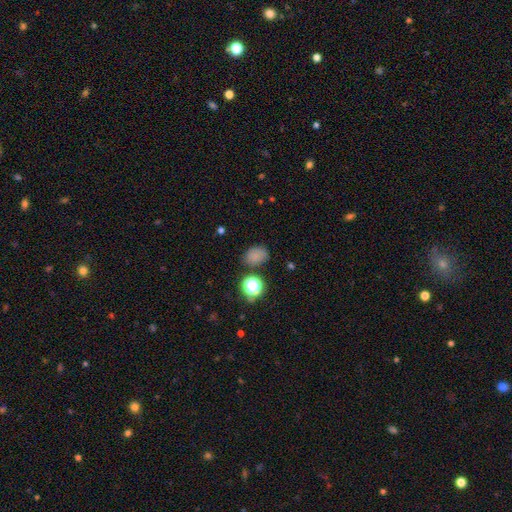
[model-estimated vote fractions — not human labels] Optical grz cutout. It shows a smooth galaxy with no disk features (74%) that is in between round and cigar-shaped (56%). Merging: none (74%).